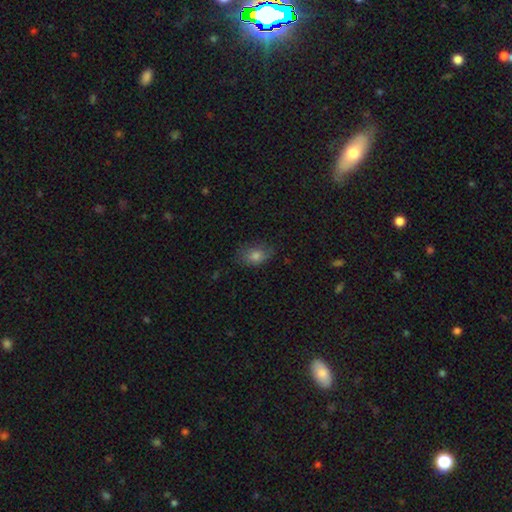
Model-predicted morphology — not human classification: This is likely a smooth galaxy (76%). How rounded: likely in between (79%). Merging: likely none (73%).